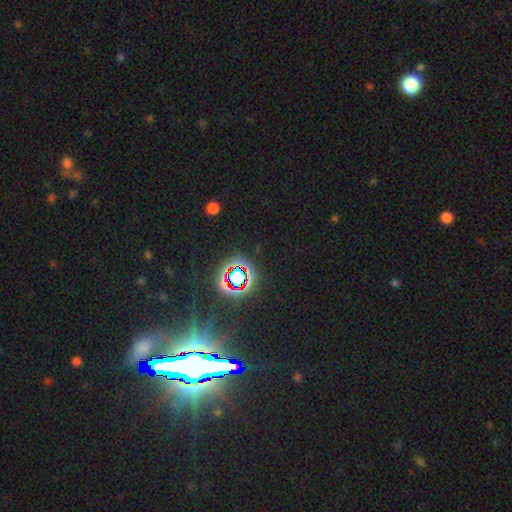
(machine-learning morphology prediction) Smooth or featured: star or artifact — 80% (featured or disk — 10%)